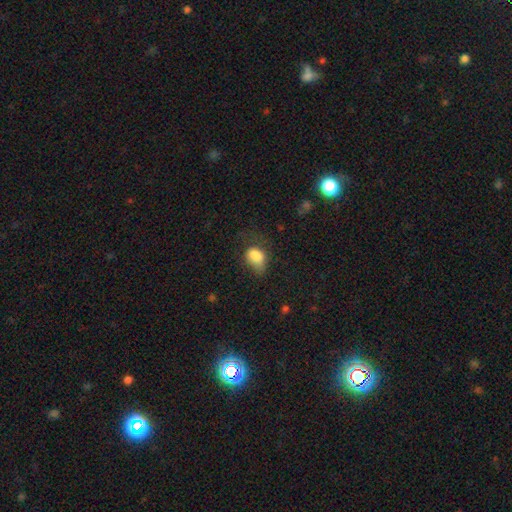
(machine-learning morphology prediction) Smooth or featured?
  - smooth: 83% *
  - star or artifact: 9%
  - featured or disk: 9%
How rounded?
  - in between: 83% *
  - round: 16%
  - cigar-shaped: 2%
Merging?
  - none: 34% *
  - minor disturbance: 33%
  - major disturbance: 30%
  - merger: 3%